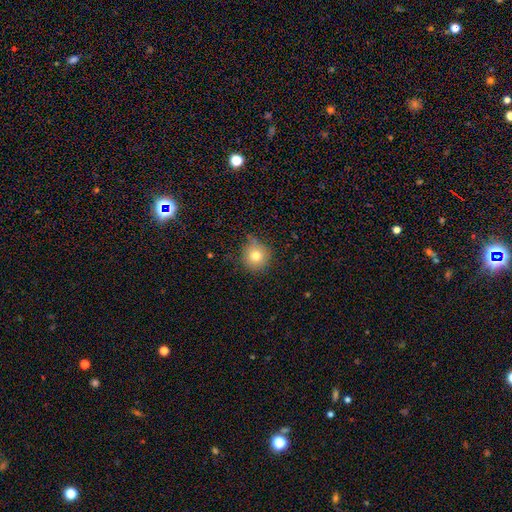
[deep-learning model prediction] smooth-or-featured: smooth: 78% | star or artifact: 12% | featured or disk: 10%
  how-rounded: round: 92% | in between: 7% | cigar-shaped: 1%
  merging: none: 73% | minor disturbance: 20% | major disturbance: 4% | merger: 2%